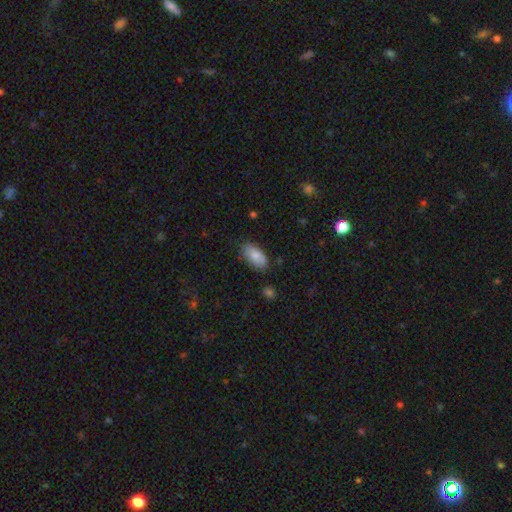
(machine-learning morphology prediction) A smooth galaxy with no disk features (81%) that is in between round and cigar-shaped (93%). Merging: none (78%).